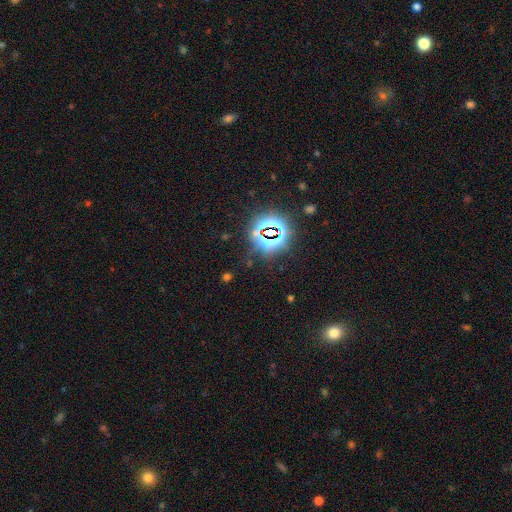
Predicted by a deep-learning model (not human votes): Smooth or featured: star or artifact — 78% (smooth — 14%)